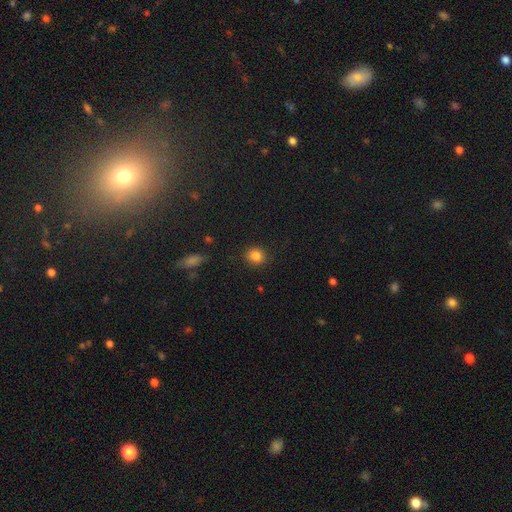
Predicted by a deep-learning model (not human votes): A smooth galaxy with no disk features (85%) that is round (80%). Merging: none (88%).